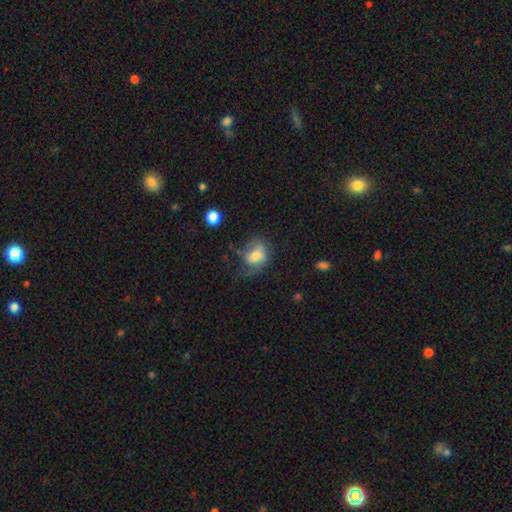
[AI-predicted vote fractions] Morphology: type=smooth (59%); roundness=in between (55%); merging=none (37%).